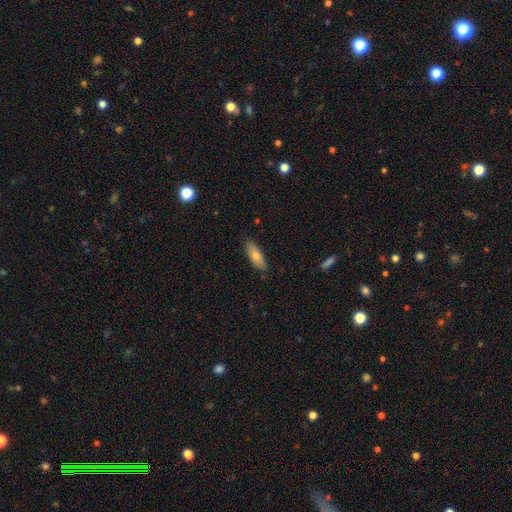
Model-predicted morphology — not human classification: smooth-or-featured: smooth: 76% | featured or disk: 18% | star or artifact: 6%
  how-rounded: in between: 64% | cigar-shaped: 34% | round: 2%
  merging: none: 86% | minor disturbance: 11% | major disturbance: 2% | merger: 1%